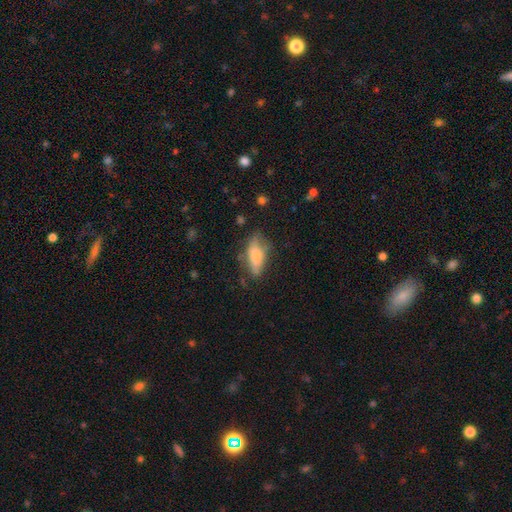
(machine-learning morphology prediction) smooth 69%, featured or disk 24%, star or artifact 8%. Down the decision tree: how rounded — in between (76%); merging — none (55%).